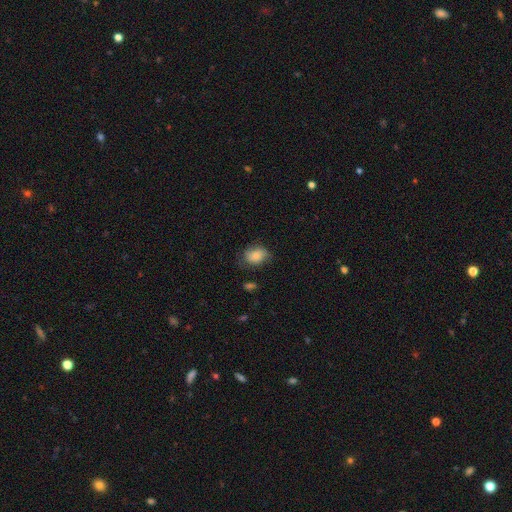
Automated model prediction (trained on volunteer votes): smooth 80%, featured or disk 12%, star or artifact 8%. Down the decision tree: how rounded — in between (68%); merging — none (63%).